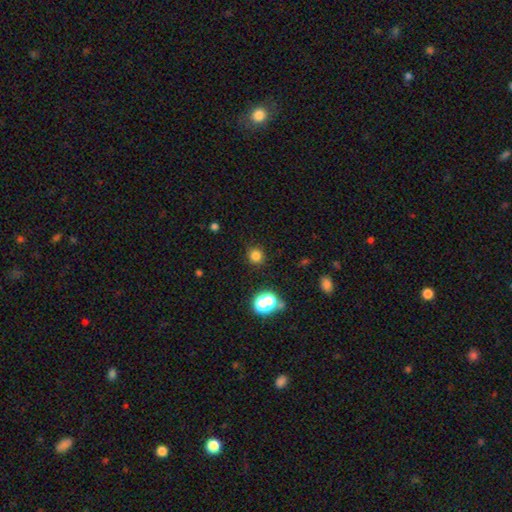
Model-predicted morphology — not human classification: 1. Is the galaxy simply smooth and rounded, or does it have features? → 79% smooth, 16% star or artifact, 5% featured or disk.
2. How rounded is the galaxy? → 89% round, 10% in between, 1% cigar-shaped.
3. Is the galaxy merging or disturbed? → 87% none, 8% minor disturbance, 3% major disturbance, 2% merger.